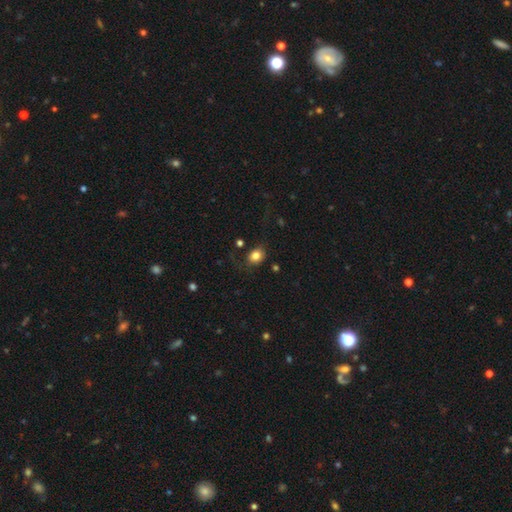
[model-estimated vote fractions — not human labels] smooth_or_featured: smooth (p=0.82) [alt: star or artifact p=0.11]
how_rounded: round (p=0.58) [alt: in between p=0.41]
merging: none (p=0.73) [alt: minor disturbance p=0.17]